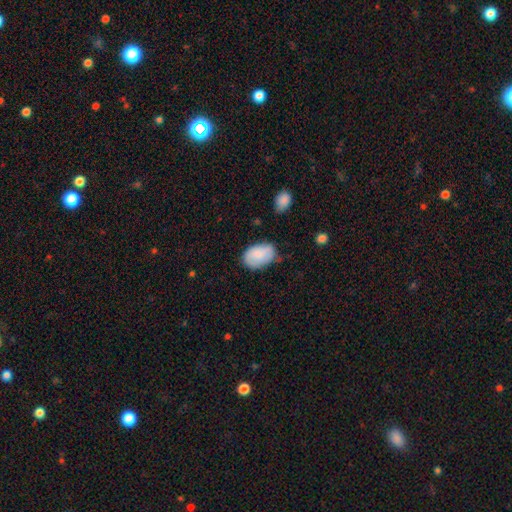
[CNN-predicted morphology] Overall: smooth (77%). How rounded: in between (90%). Merging: none (60%; minor disturbance 30%).